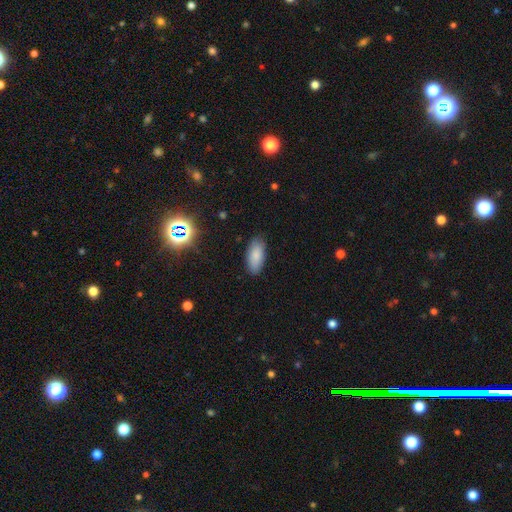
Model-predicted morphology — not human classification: smooth-or-featured: smooth: 84% | star or artifact: 8% | featured or disk: 7%
  how-rounded: in between: 89% | cigar-shaped: 9% | round: 2%
  merging: none: 83% | minor disturbance: 13% | major disturbance: 2% | merger: 1%